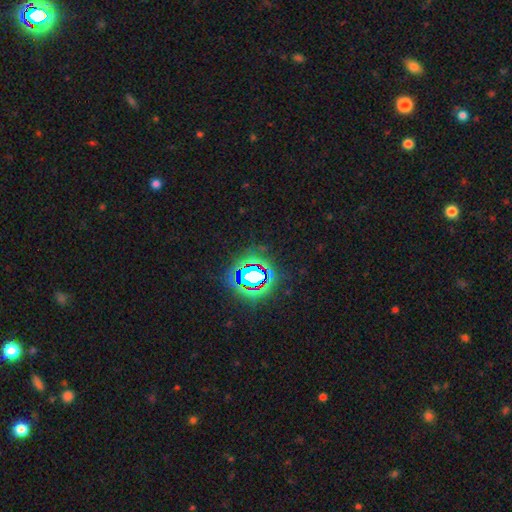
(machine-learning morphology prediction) The model was most divided on "smooth or featured": star or artifact: 79%, smooth: 14%, featured or disk: 8%.